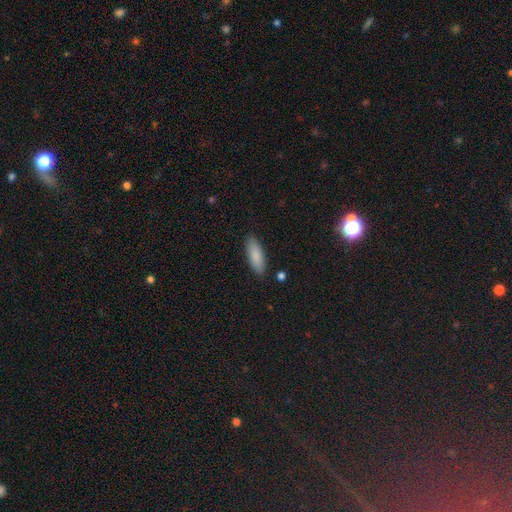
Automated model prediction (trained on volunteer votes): Q: Smooth or featured?
A: smooth (86%); runner-up: featured or disk (8%)
Q: How rounded?
A: in between (63%); runner-up: cigar-shaped (35%)
Q: Merging?
A: none (88%); runner-up: minor disturbance (9%)